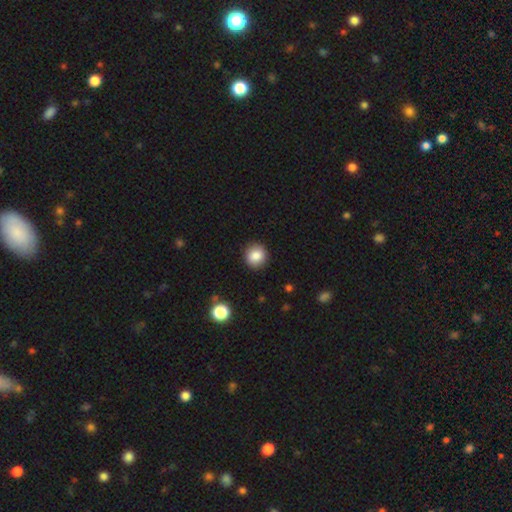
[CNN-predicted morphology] smooth-or-featured: smooth: 85% | star or artifact: 9% | featured or disk: 5%
  how-rounded: round: 88% | in between: 11% | cigar-shaped: 1%
  merging: none: 90% | minor disturbance: 7% | major disturbance: 2% | merger: 1%